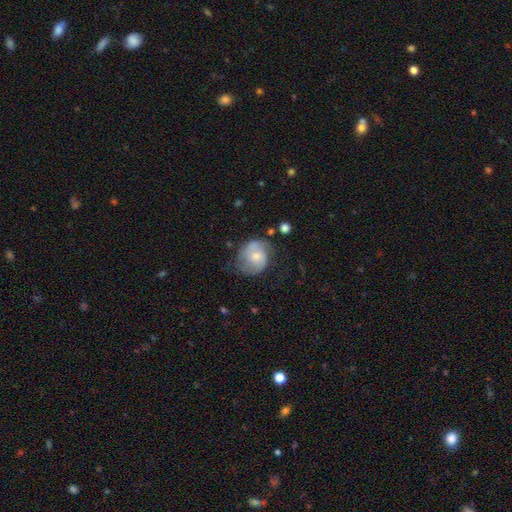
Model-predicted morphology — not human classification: type=featured or disk (53%); edge-on=no (97%); bar=no (66%); spiral arms=yes (81%); bulge=moderate (43%, tied with small); merging=none (54%).